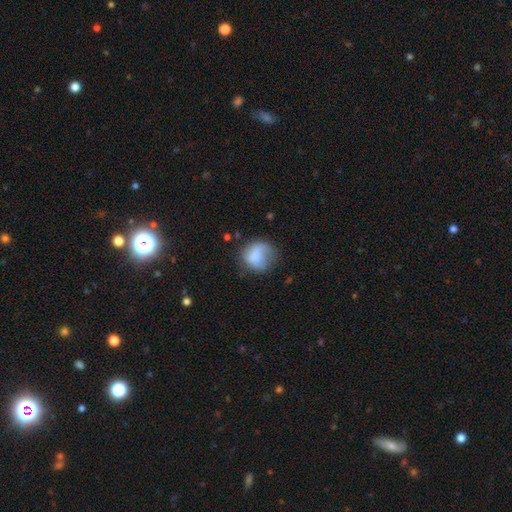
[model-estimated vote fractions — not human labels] Overall: smooth (73%). How rounded: round (73%). Merging: none (47%; minor disturbance 29%).